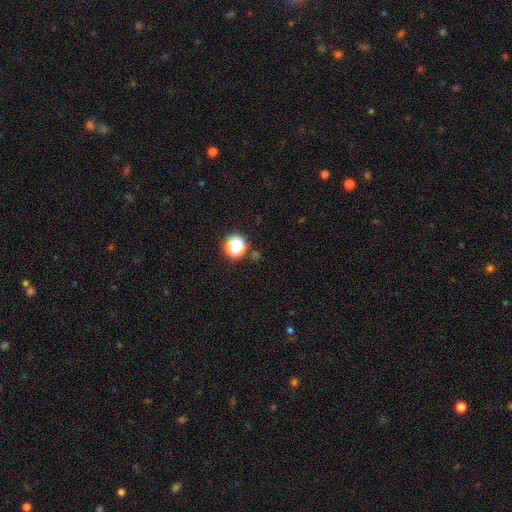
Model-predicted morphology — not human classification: Smooth or featured? star or artifact (59%)